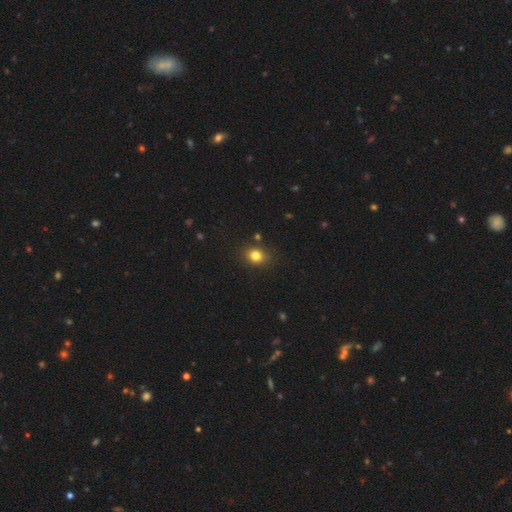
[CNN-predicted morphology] Smooth or featured?
  - smooth: 81% *
  - star or artifact: 13%
  - featured or disk: 7%
How rounded?
  - round: 58% *
  - in between: 41%
  - cigar-shaped: 1%
Merging?
  - none: 83% *
  - minor disturbance: 11%
  - merger: 3%
  - major disturbance: 3%